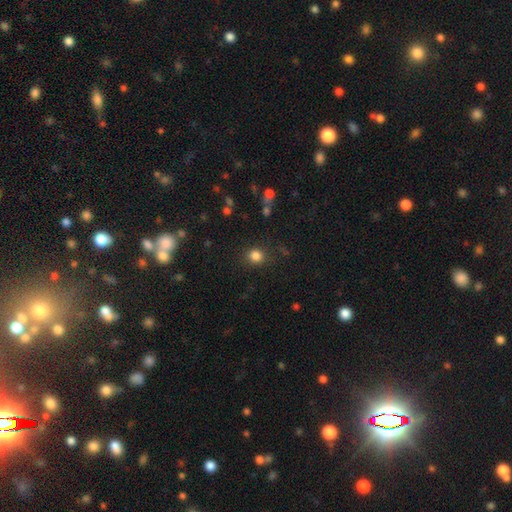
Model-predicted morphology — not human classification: Smooth or featured?
  - smooth: 83% *
  - star or artifact: 12%
  - featured or disk: 5%
How rounded?
  - round: 79% *
  - in between: 20%
  - cigar-shaped: 1%
Merging?
  - none: 84% *
  - minor disturbance: 10%
  - major disturbance: 4%
  - merger: 2%